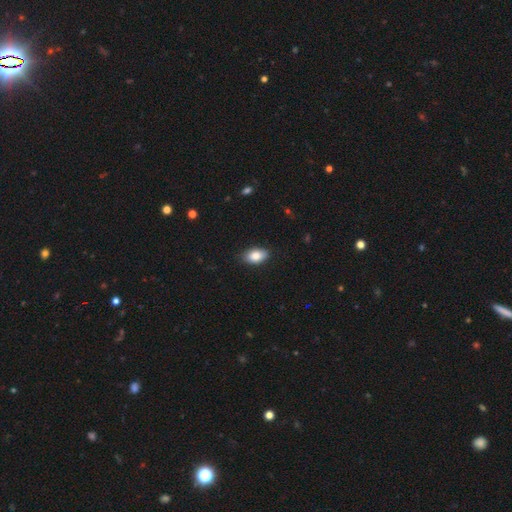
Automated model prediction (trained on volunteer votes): Smooth or featured? Predicted: smooth (p=0.84). How rounded? Predicted: in between (p=0.91). Merging? Predicted: none (p=0.86).